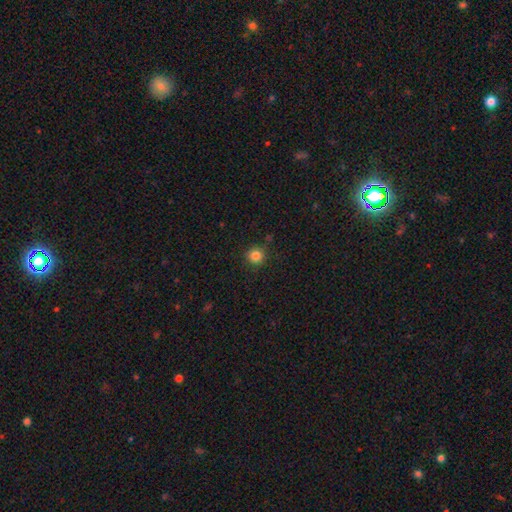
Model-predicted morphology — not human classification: smooth_or_featured: smooth (p=0.84) [alt: star or artifact p=0.12]
how_rounded: round (p=0.94) [alt: in between p=0.05]
merging: none (p=0.88) [alt: minor disturbance p=0.08]